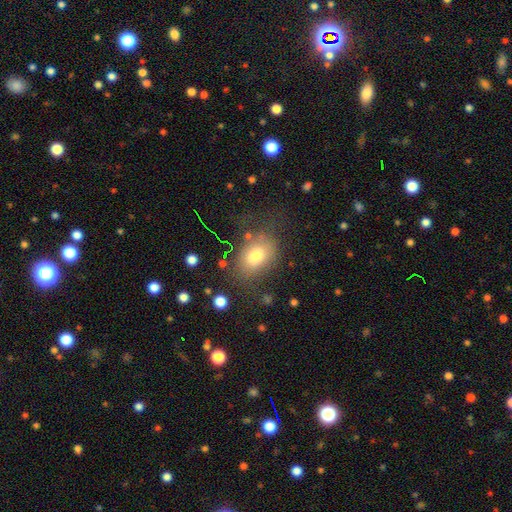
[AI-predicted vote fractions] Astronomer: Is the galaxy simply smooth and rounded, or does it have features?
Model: smooth — 74%.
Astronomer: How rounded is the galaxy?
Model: in between — 74%.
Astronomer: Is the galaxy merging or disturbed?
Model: none — 65%.